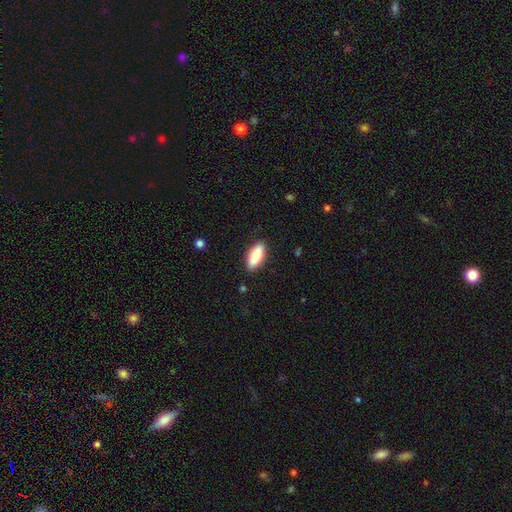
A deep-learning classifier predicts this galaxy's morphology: type=smooth (80%); roundness=in between (72%); merging=none (87%).